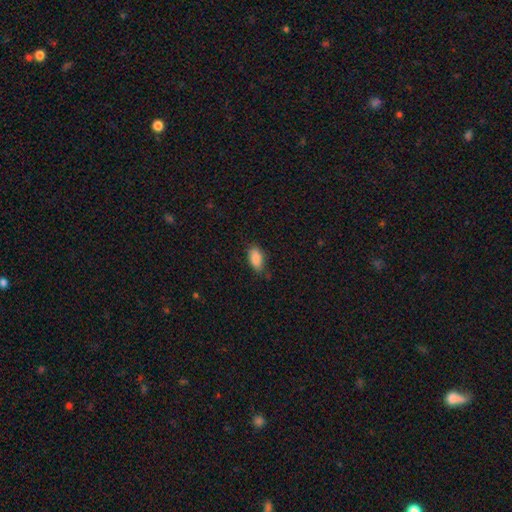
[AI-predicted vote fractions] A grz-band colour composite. It shows a smooth galaxy with no disk features (88%) that is in between round and cigar-shaped (91%). Merging: none (74%).